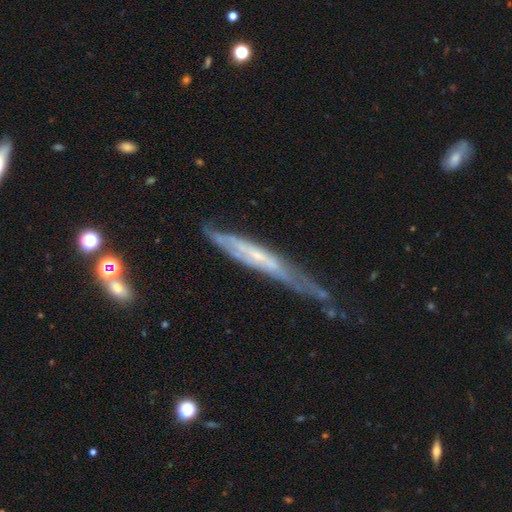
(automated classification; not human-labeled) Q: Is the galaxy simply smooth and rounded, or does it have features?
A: featured or disk — 73%.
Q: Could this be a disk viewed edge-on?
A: yes — 66%.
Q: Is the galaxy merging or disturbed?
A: none — 48%.